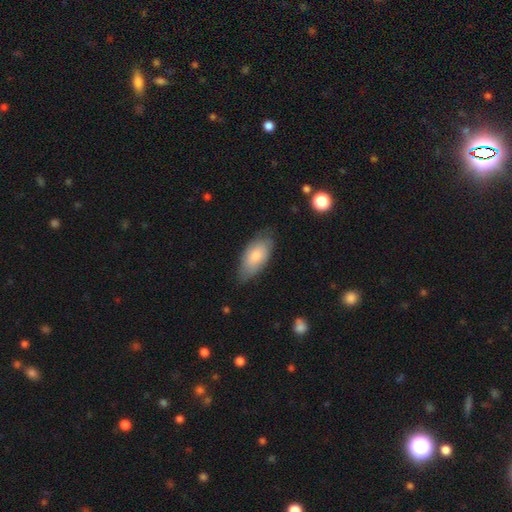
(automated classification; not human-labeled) smooth 77%, featured or disk 18%, star or artifact 6%. Down the decision tree: how rounded — in between (92%); merging — none (71%).